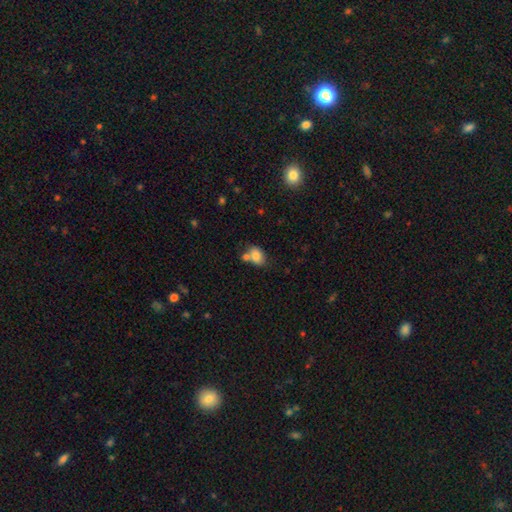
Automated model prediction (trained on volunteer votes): This appears to be a smooth galaxy with no disk features (80%) that is in between round and cigar-shaped (76%). Merging: none (45%).